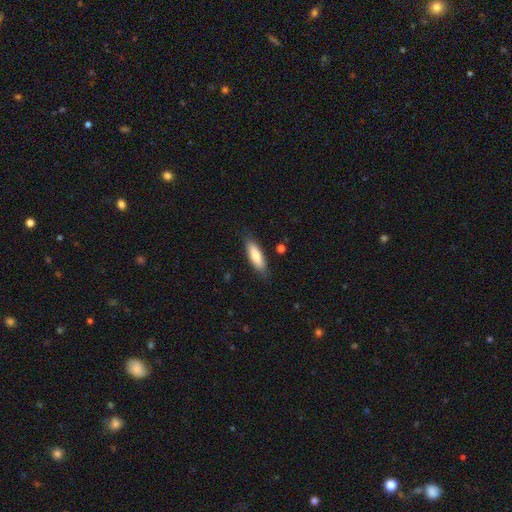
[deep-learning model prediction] A smooth galaxy with no disk features (79%) that is cigar-shaped (49%, tied with in between). Merging: none (83%).